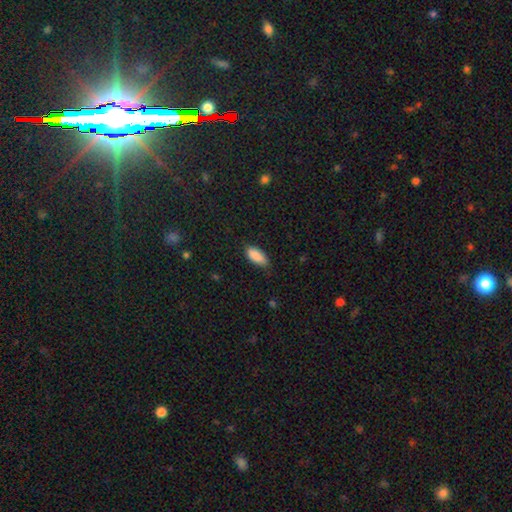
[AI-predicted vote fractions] Q: Smooth or featured?
A: smooth (89%); runner-up: star or artifact (7%)
Q: How rounded?
A: in between (86%); runner-up: cigar-shaped (13%)
Q: Merging?
A: none (80%); runner-up: minor disturbance (16%)